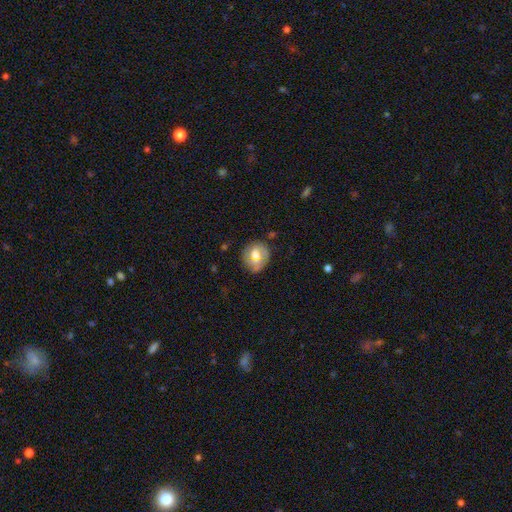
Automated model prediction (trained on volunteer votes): A smooth galaxy with no disk features (57%) that is round (74%).

Vote fractions:
- Smooth or featured? smooth: 57% / featured or disk: 32% / star or artifact: 11%
- How rounded? round: 74% / in between: 25% / cigar-shaped: 1%
- Merging? none: 66% / minor disturbance: 21% / major disturbance: 8% / merger: 5%